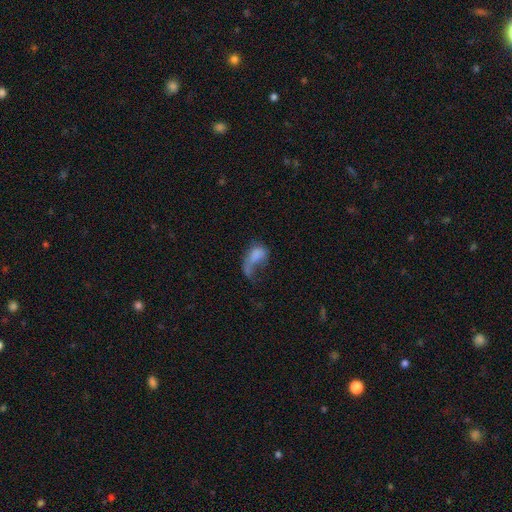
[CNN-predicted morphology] Overall: smooth (61%; featured or disk 28%). How rounded: in between (83%). Merging: major disturbance (58%).